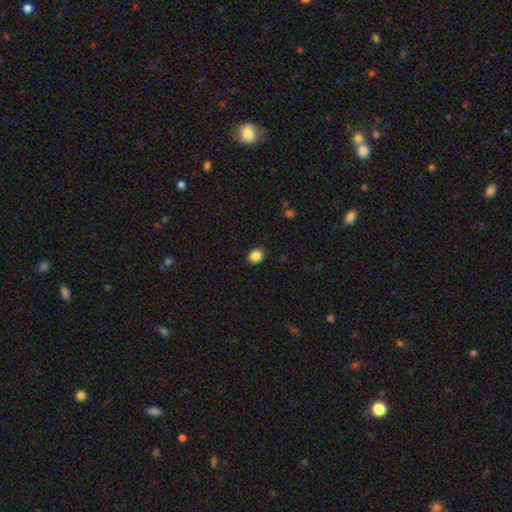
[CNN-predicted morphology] A smooth galaxy with no disk features (86%) that is round (55%).

Vote fractions:
- Smooth or featured? smooth: 86% / star or artifact: 10% / featured or disk: 4%
- How rounded? round: 55% / in between: 44% / cigar-shaped: 1%
- Merging? none: 88% / minor disturbance: 9% / major disturbance: 2% / merger: 1%